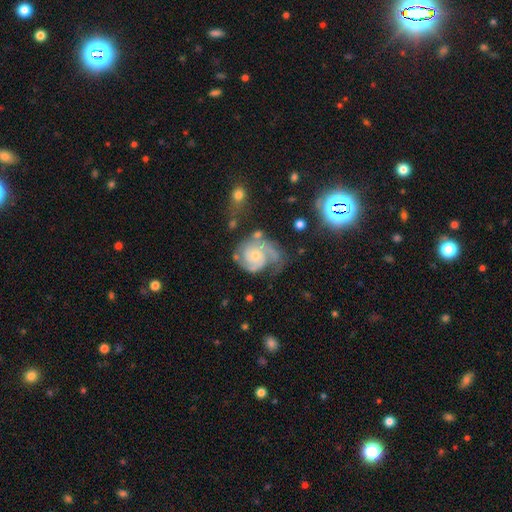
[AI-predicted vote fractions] Smooth or featured: featured or disk — 84% (smooth — 11%)
Edge-on disk: no — 98% (yes — 2%)
Bar: no — 74% (weak — 22%)
Spiral arms: yes — 96% (no — 4%)
Spiral winding: tight — 50% (medium — 38%)
Spiral arm count: 2 — 58% (can't tell — 14%)
Bulge size: small — 71% (moderate — 23%)
Merging: none — 49% (minor disturbance — 23%)